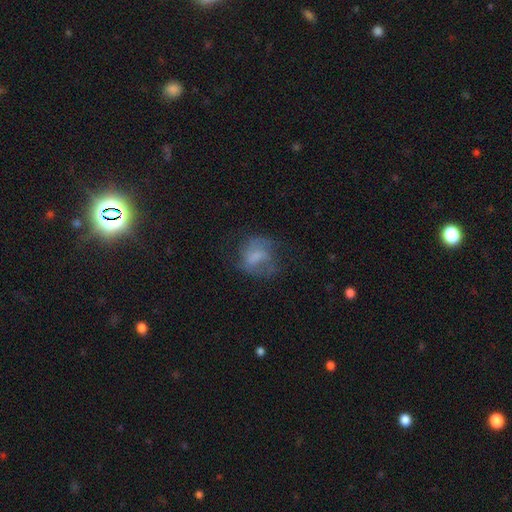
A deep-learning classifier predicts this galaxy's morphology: type=featured or disk (45%); merging=none (50%).